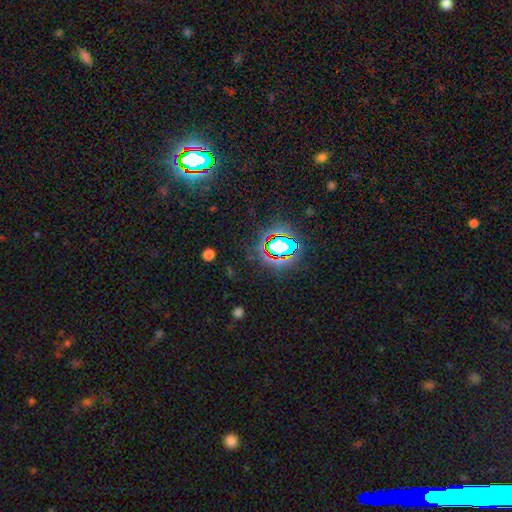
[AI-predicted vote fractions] smooth_or_featured: star or artifact (p=0.80) [alt: smooth p=0.12]